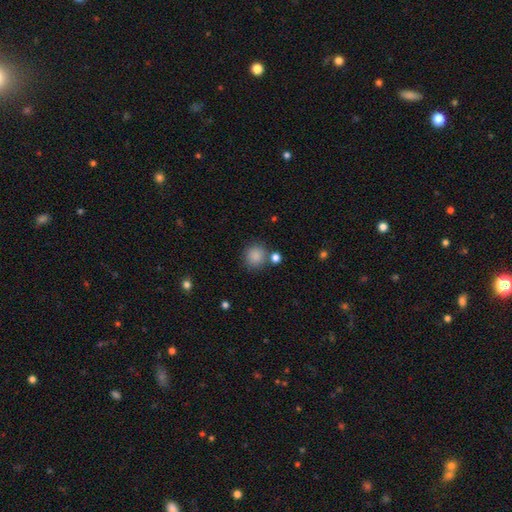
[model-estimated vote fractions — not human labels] A smooth galaxy with no disk features (87%) that is round (87%).

Vote fractions:
- Smooth or featured? smooth: 87% / star or artifact: 9% / featured or disk: 4%
- How rounded? round: 87% / in between: 12% / cigar-shaped: 1%
- Merging? none: 77% / minor disturbance: 10% / merger: 10% / major disturbance: 4%